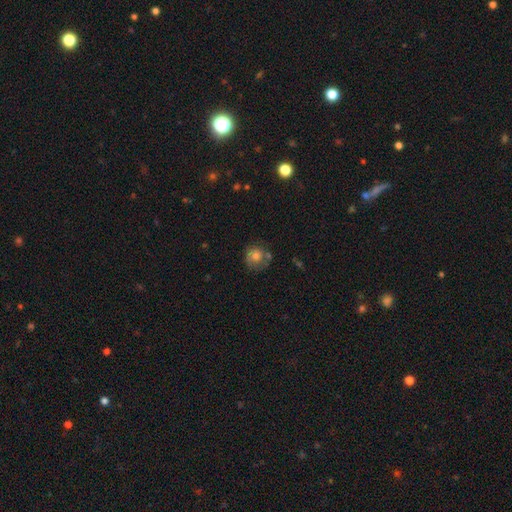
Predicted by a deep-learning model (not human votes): smooth_or_featured: smooth (p=0.70) [alt: featured or disk p=0.20]
how_rounded: round (p=0.86) [alt: in between p=0.13]
merging: none (p=0.58) [alt: minor disturbance p=0.22]